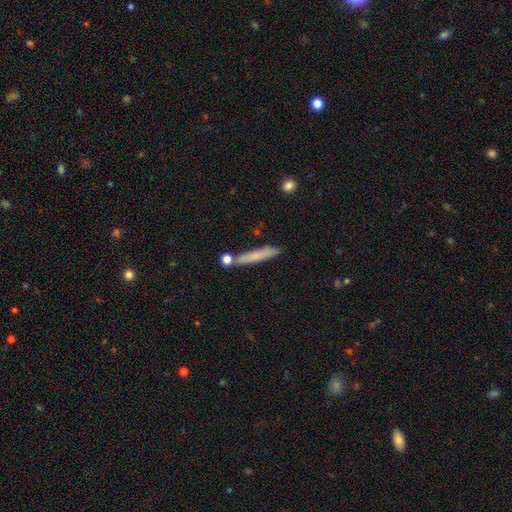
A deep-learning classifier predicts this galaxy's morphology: smooth 69%, featured or disk 24%, star or artifact 8%. Down the decision tree: how rounded — cigar-shaped (94%); merging — none (79%).